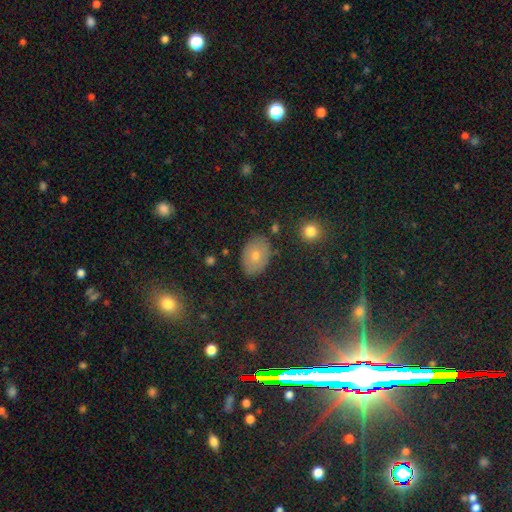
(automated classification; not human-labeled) Q: Smooth or featured?
A: smooth (71%); runner-up: featured or disk (18%)
Q: How rounded?
A: in between (81%); runner-up: round (17%)
Q: Merging?
A: none (83%); runner-up: minor disturbance (12%)